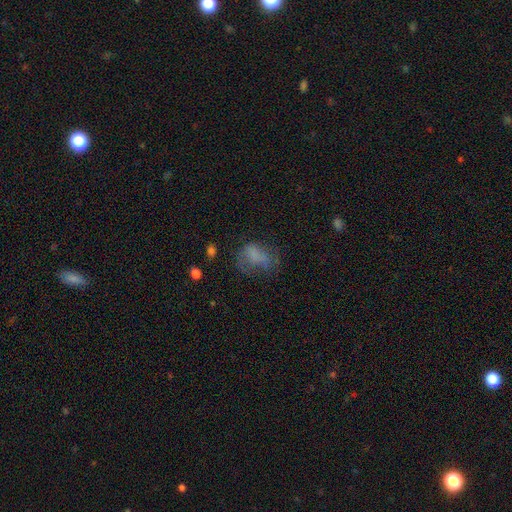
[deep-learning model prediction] smooth_or_featured: smooth (p=0.61) [alt: featured or disk p=0.24]
how_rounded: in between (p=0.76) [alt: round p=0.21]
merging: none (p=0.37) [alt: major disturbance p=0.34]